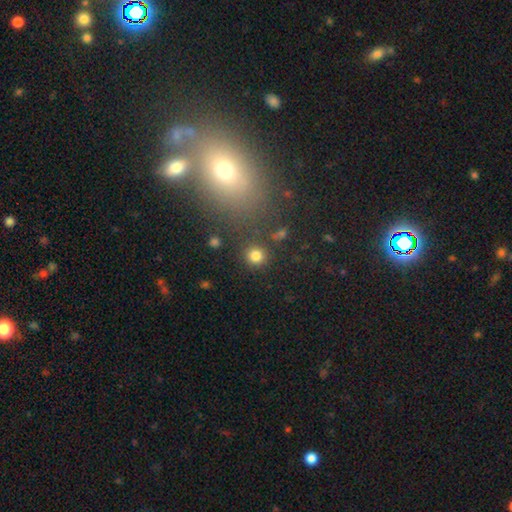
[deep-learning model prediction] Smooth or featured: smooth — 83% (star or artifact — 13%)
How rounded: round — 92% (in between — 7%)
Merging: none — 86% (minor disturbance — 7%)